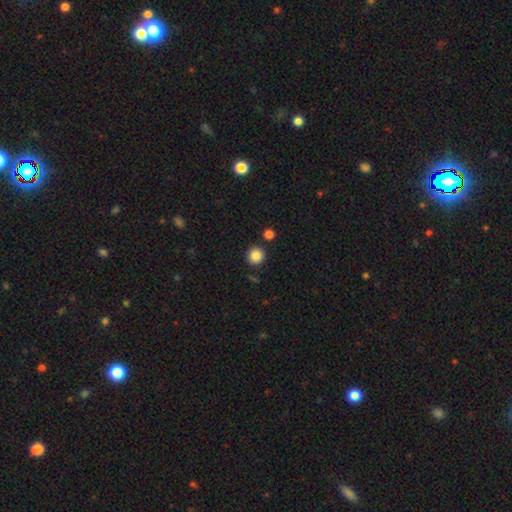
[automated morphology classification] This appears to be a smooth galaxy with no disk features (86%) that is round (93%). Merging: none (88%).